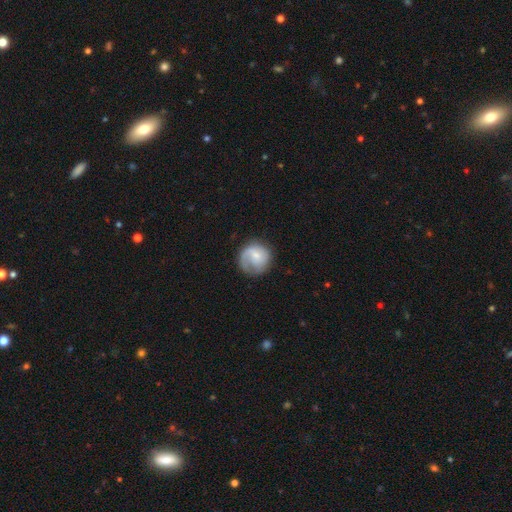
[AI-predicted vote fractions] The model was most divided on "smooth or featured": featured or disk: 57%, smooth: 37%, star or artifact: 6%. More confident: edge-on disk — no (98%); spiral arms — yes (87%); merging — none (66%); bulge size — small (60%); bar — no (59%).